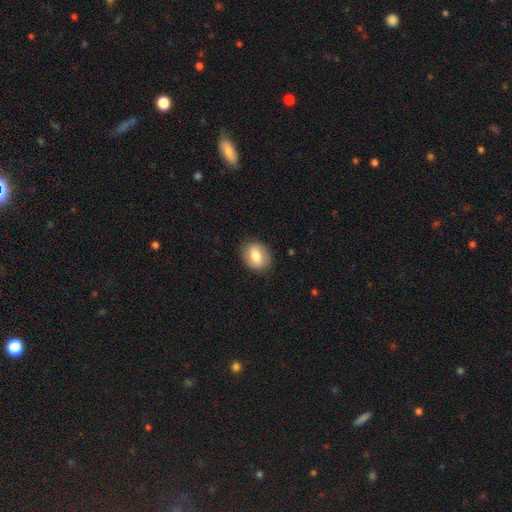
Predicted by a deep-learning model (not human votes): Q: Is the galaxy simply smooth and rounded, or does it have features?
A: smooth — 70%.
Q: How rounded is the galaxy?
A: in between — 64%.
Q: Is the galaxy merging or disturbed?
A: none — 85%.